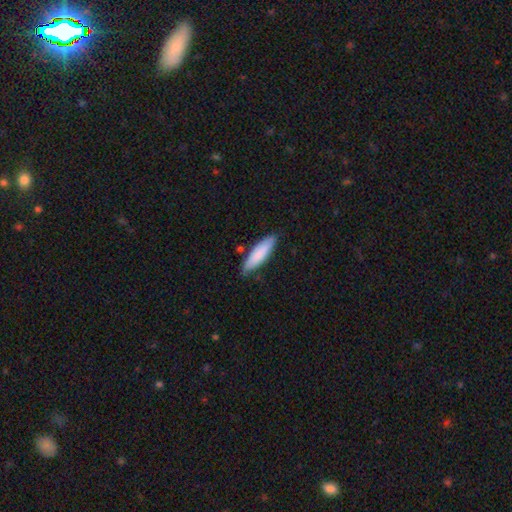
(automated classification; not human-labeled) smooth 82%, featured or disk 13%, star or artifact 5%. Down the decision tree: how rounded — cigar-shaped (61%); merging — none (80%).